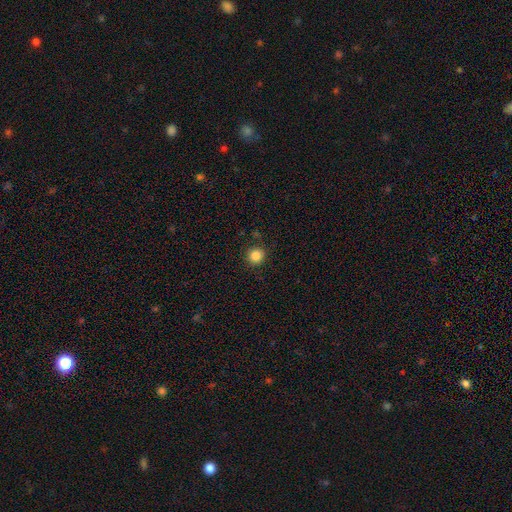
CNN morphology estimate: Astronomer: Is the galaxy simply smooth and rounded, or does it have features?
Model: smooth — 85%.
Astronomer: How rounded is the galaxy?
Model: round — 93%.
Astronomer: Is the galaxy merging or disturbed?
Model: none — 89%.